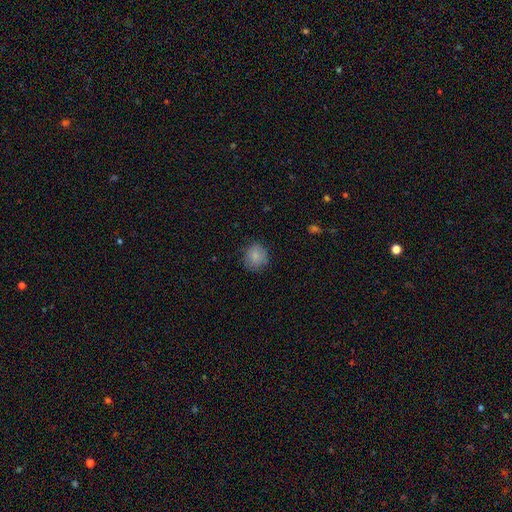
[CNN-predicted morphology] Smooth or featured?
  - smooth: 83% *
  - featured or disk: 8%
  - star or artifact: 8%
How rounded?
  - round: 84% *
  - in between: 15%
  - cigar-shaped: 1%
Merging?
  - none: 79% *
  - minor disturbance: 16%
  - major disturbance: 4%
  - merger: 1%